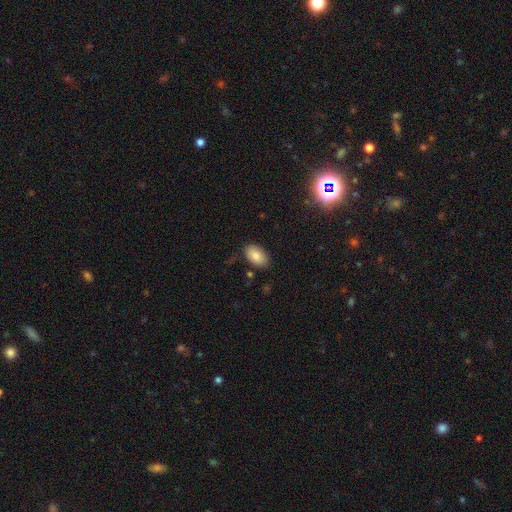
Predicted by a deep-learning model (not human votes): smooth_or_featured: smooth (p=0.86) [alt: star or artifact p=0.07]
how_rounded: in between (p=0.94) [alt: round p=0.05]
merging: none (p=0.83) [alt: minor disturbance p=0.13]